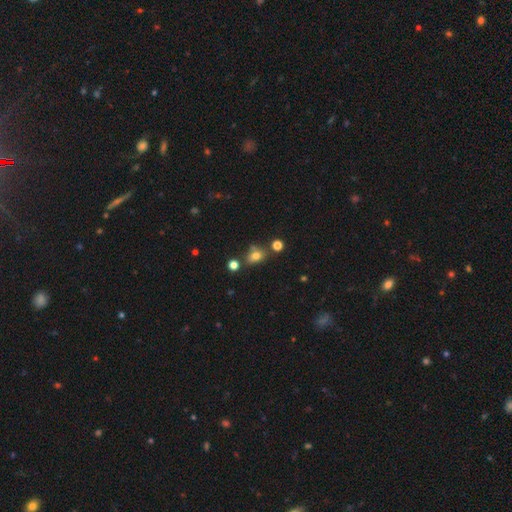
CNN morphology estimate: smooth-or-featured: smooth: 73% | star or artifact: 16% | featured or disk: 11%
  how-rounded: in between: 55% | round: 43% | cigar-shaped: 2%
  merging: none: 62% | minor disturbance: 18% | merger: 14% | major disturbance: 6%